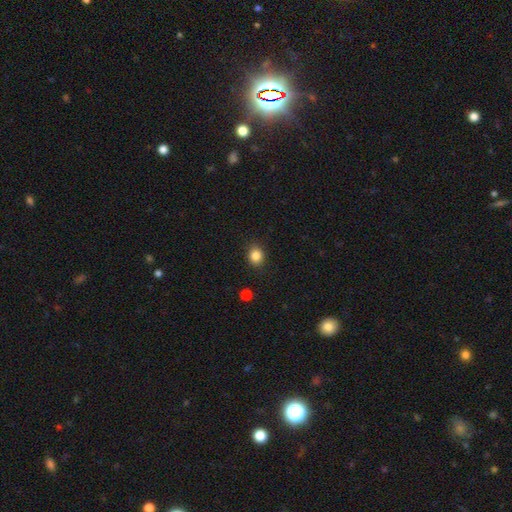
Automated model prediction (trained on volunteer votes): Morphology: type=smooth (85%); roundness=round (71%); merging=none (89%).